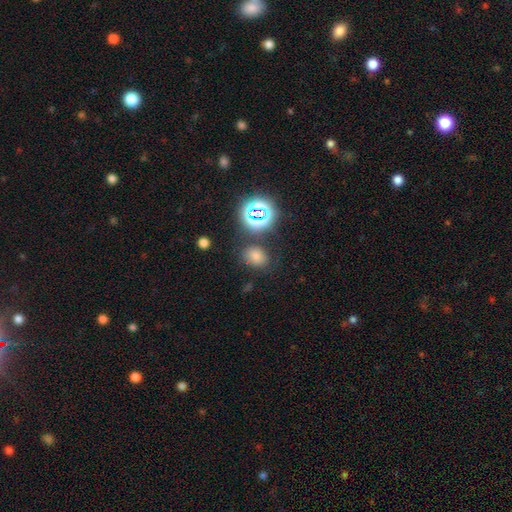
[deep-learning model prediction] Smooth or featured: smooth — 64% (star or artifact — 29%)
How rounded: in between — 58% (round — 41%)
Merging: none — 78% (minor disturbance — 12%)